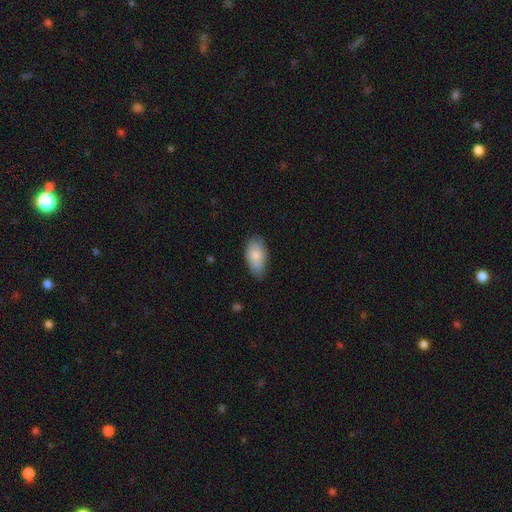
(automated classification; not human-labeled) A smooth galaxy with no disk features (82%) that is in between round and cigar-shaped (94%). Merging: none (68%).